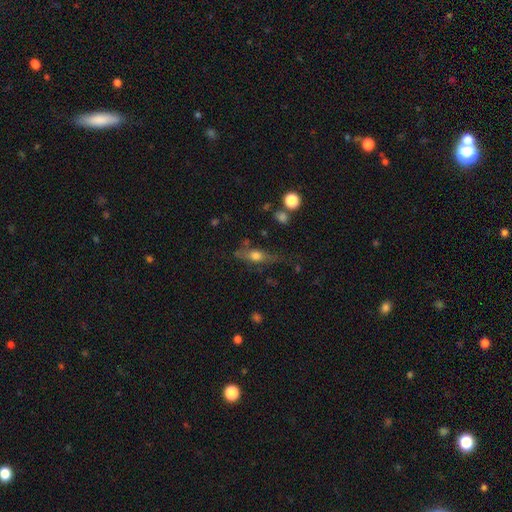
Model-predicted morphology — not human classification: type=smooth (57%); roundness=in between (59%); merging=none (56%).